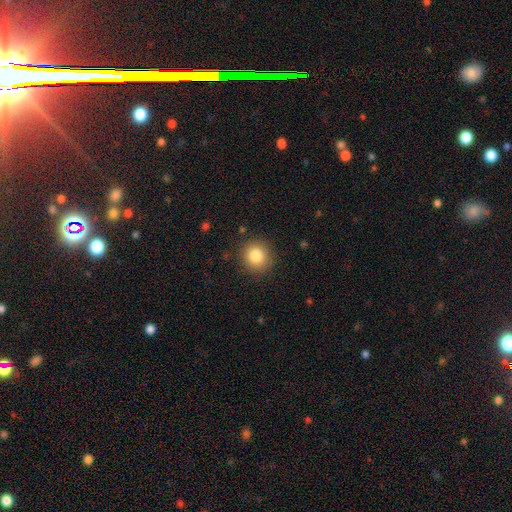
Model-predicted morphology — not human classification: type=smooth (83%); roundness=round (91%); merging=none (89%).